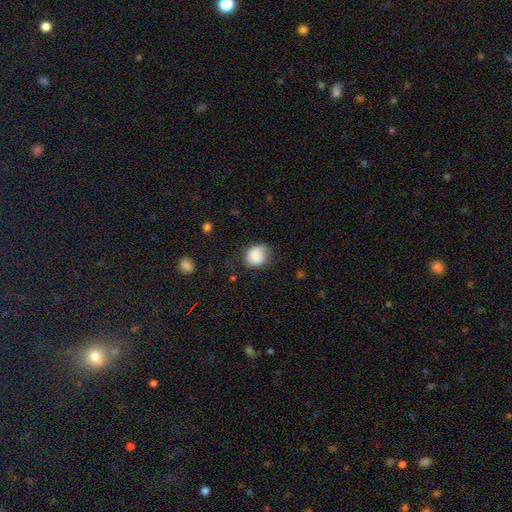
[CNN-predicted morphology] Smooth or featured? Predicted: smooth (p=0.83). How rounded? Predicted: round (p=0.54). Merging? Predicted: none (p=0.60).